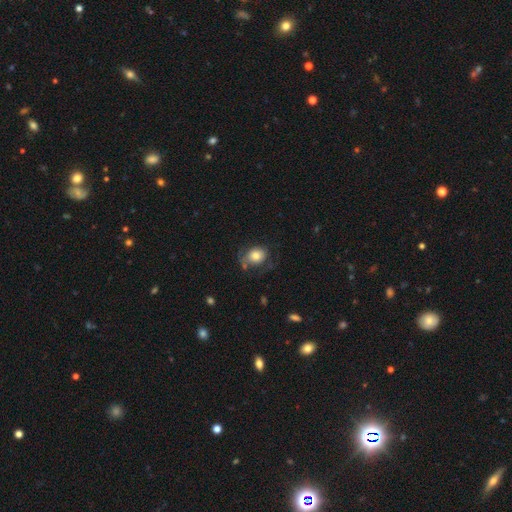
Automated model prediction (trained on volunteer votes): Q: Smooth or featured?
A: smooth (73%); runner-up: featured or disk (18%)
Q: How rounded?
A: in between (51%); runner-up: round (48%)
Q: Merging?
A: none (54%); runner-up: minor disturbance (26%)